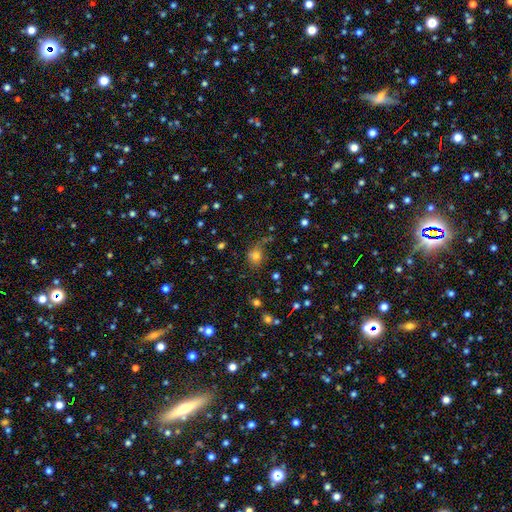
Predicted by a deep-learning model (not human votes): The model was most divided on "how rounded": round: 62%, in between: 37%, cigar-shaped: 1%. More confident: smooth or featured — smooth (75%); merging — none (58%).